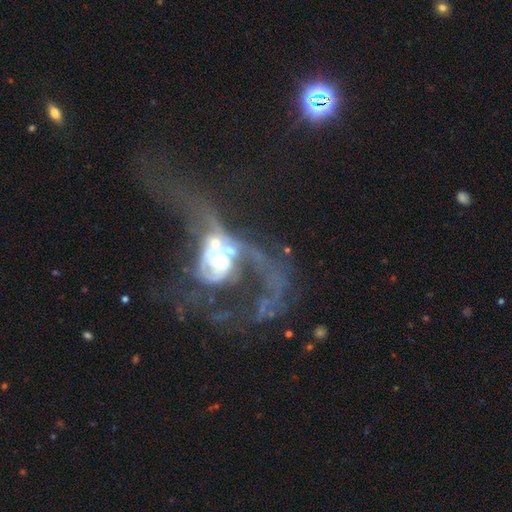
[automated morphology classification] A featured or disk galaxy (74%) with no bar (72%), spiral arms (59%) and a moderate central bulge (54%).

Vote fractions:
- Smooth or featured? featured or disk: 74% / smooth: 15% / star or artifact: 12%
- Edge-on disk? no: 95% / yes: 5%
- Bar? no: 72% / weak: 20% / strong: 7%
- Spiral arms? yes: 59% / no: 41%
- Bulge size? moderate: 54% / small: 25% / large: 13% / none: 5% / dominant: 3%
- Merging? merger: 50% / major disturbance: 35% / none: 9% / minor disturbance: 6%